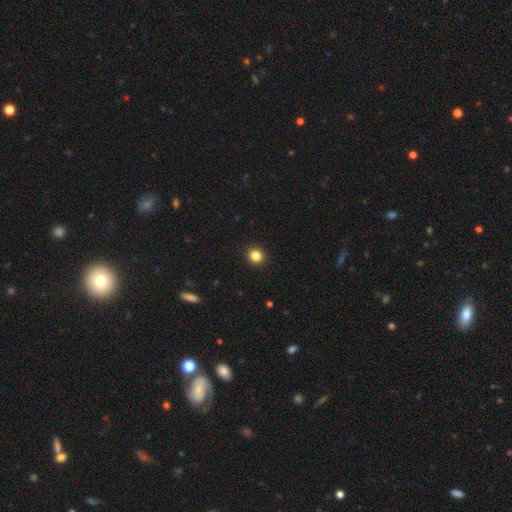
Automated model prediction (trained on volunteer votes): A smooth galaxy with no disk features (85%) that is round (87%). Merging: none (93%).